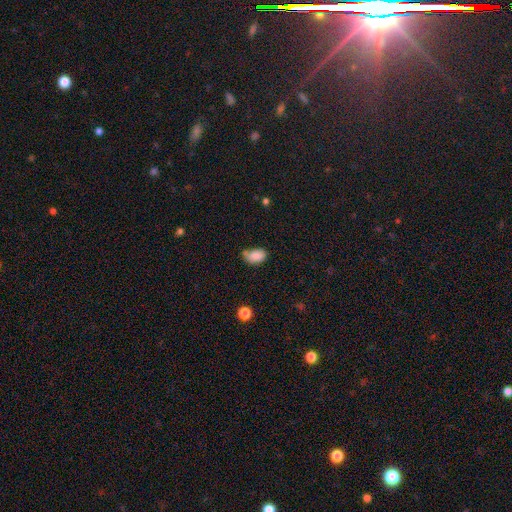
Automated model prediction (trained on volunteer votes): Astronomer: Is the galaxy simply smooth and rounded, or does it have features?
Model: smooth — 85%.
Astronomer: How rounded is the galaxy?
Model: in between — 87%.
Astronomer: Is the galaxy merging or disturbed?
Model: none — 48% (runner-up: minor disturbance, 31%).